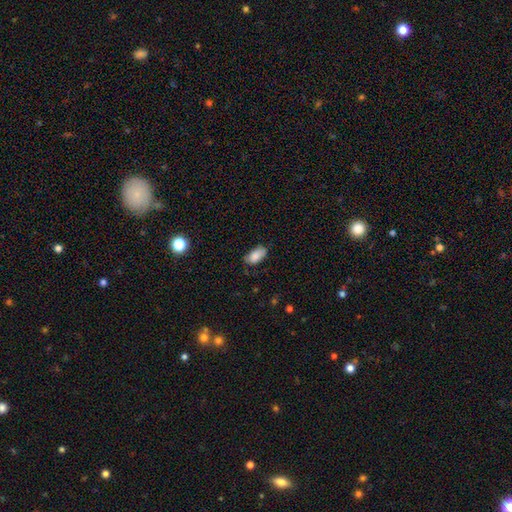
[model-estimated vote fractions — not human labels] Smooth or featured?
  - smooth: 86% *
  - star or artifact: 7%
  - featured or disk: 7%
How rounded?
  - in between: 93% *
  - round: 4%
  - cigar-shaped: 3%
Merging?
  - none: 72% *
  - minor disturbance: 23%
  - major disturbance: 4%
  - merger: 1%